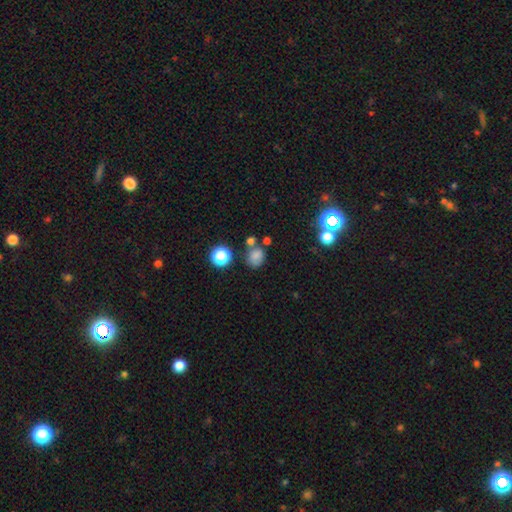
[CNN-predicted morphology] smooth-or-featured: smooth: 77% | star or artifact: 16% | featured or disk: 7%
  how-rounded: round: 57% | in between: 42% | cigar-shaped: 1%
  merging: none: 64% | minor disturbance: 16% | merger: 15% | major disturbance: 6%